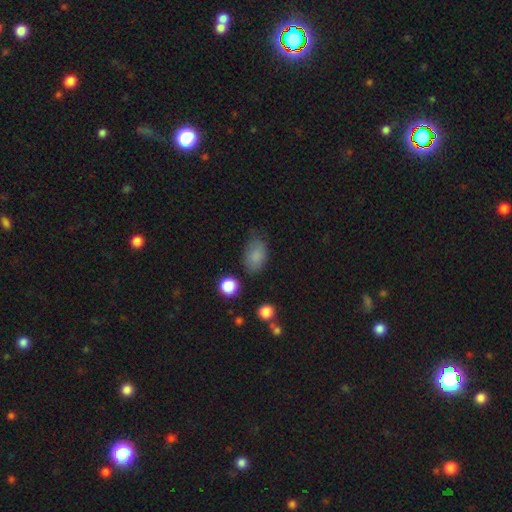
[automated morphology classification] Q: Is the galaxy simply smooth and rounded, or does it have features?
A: smooth — 82%.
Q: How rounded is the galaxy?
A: in between — 85%.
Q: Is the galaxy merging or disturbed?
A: none — 59%.